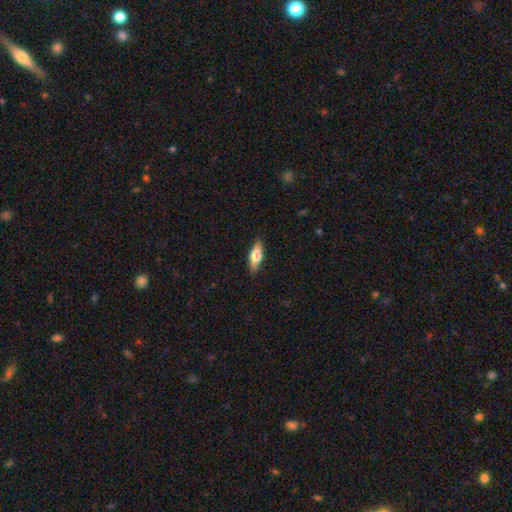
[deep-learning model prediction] Smooth or featured: smooth — 64% (featured or disk — 30%)
How rounded: in between — 62% (cigar-shaped — 35%)
Merging: none — 87% (minor disturbance — 10%)